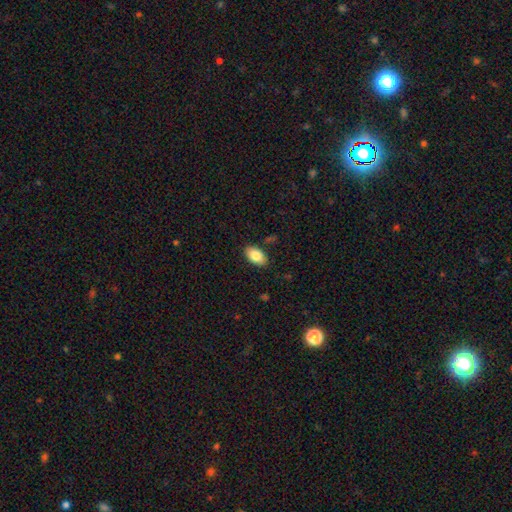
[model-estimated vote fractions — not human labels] This appears to be a smooth galaxy with no disk features (82%) that is in between round and cigar-shaped (93%). Merging: none (87%).